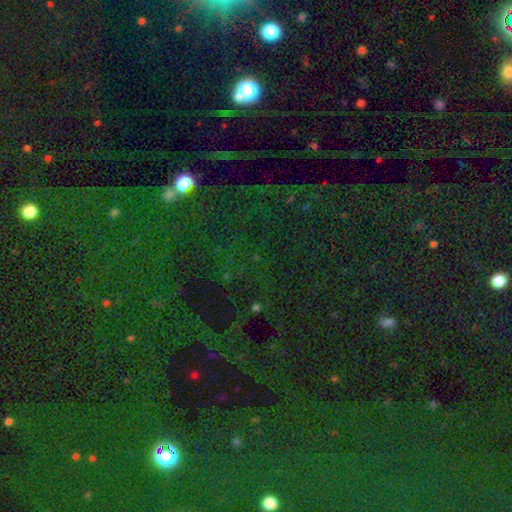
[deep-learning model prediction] Morphology: type=star or artifact (78%).